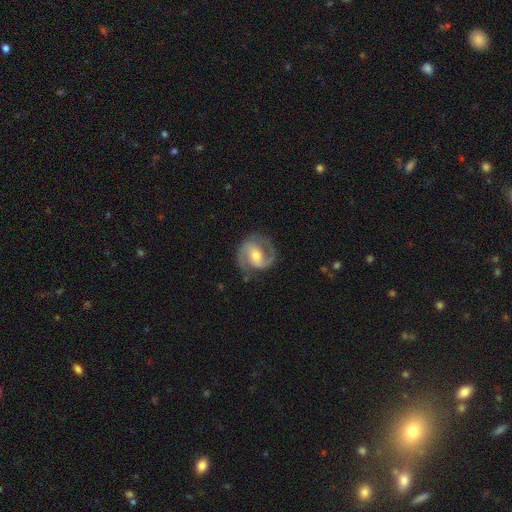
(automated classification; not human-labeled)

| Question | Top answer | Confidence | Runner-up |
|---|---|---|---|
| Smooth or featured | featured or disk | 88% | smooth (8%) |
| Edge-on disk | no | 98% | yes (2%) |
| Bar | weak | 46% | no (30%) |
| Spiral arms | yes | 96% | no (4%) |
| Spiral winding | medium | 56% | tight (28%) |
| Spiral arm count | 2 | 91% | can't tell (3%) |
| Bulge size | moderate | 62% | small (30%) |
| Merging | none | 80% | minor disturbance (14%) |